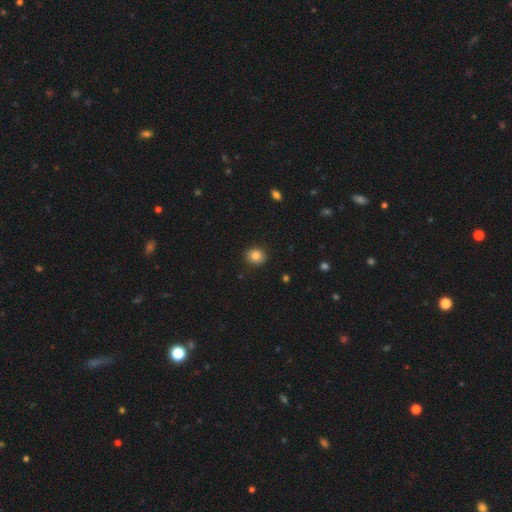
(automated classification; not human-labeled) Smooth or featured? smooth (82%)
How rounded? round (76%)
Merging? none (90%)